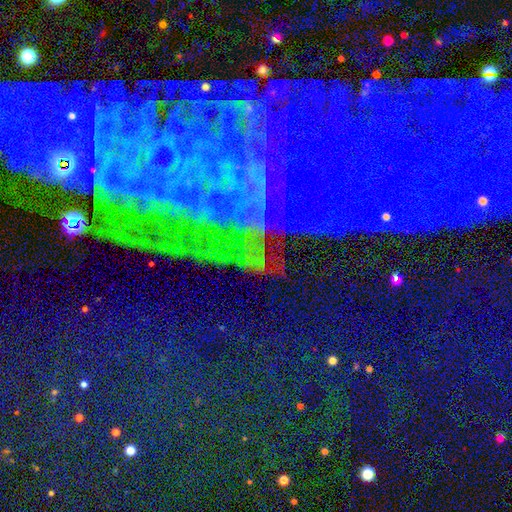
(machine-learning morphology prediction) Smooth or featured? Predicted: star or artifact (p=0.78).